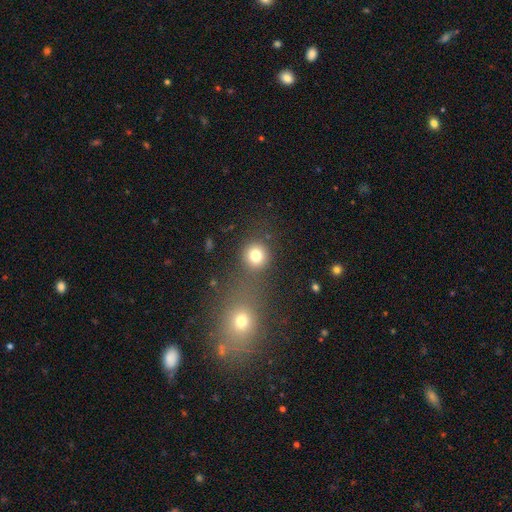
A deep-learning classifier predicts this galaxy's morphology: type=smooth (79%); roundness=round (89%); merging=none (70%).